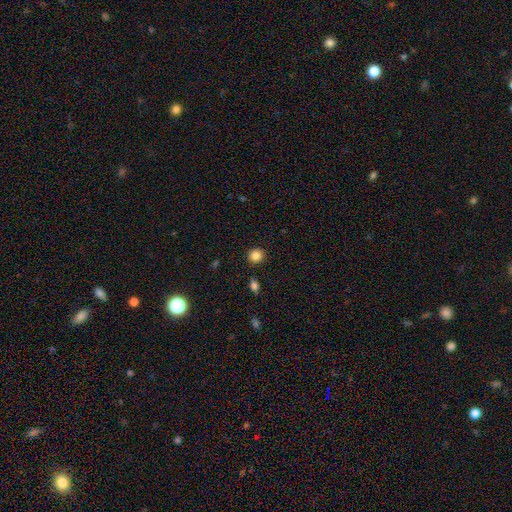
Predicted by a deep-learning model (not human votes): The model was most divided on "smooth or featured": smooth: 84%, star or artifact: 11%, featured or disk: 5%. More confident: merging — none (90%); how rounded — round (88%).